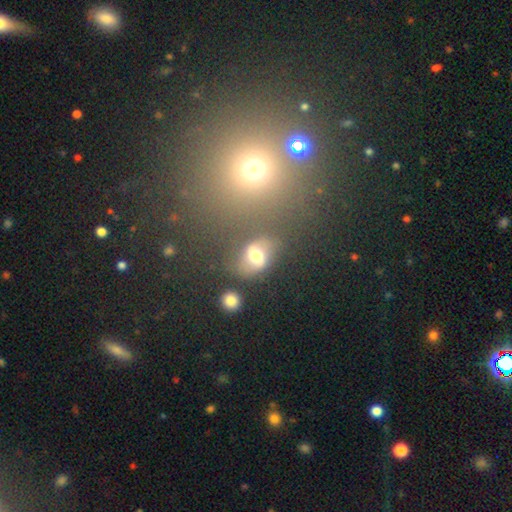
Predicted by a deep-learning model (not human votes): The model was most divided on "smooth or featured": smooth: 46%, featured or disk: 41%, star or artifact: 13%. More confident: merging — none (64%).